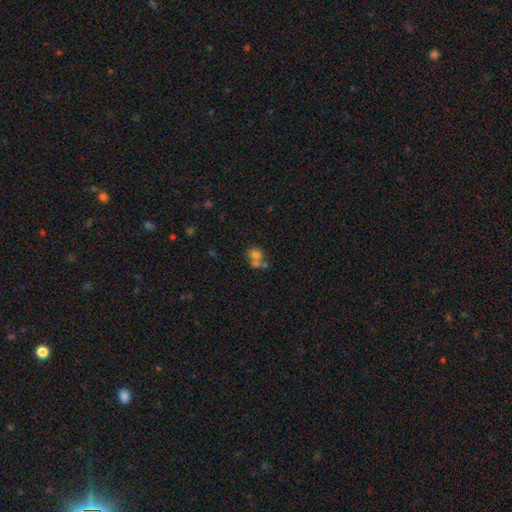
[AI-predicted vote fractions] smooth-or-featured: smooth: 68% | featured or disk: 17% | star or artifact: 15%
  how-rounded: round: 73% | in between: 26% | cigar-shaped: 1%
  merging: merger: 49% | none: 37% | minor disturbance: 9% | major disturbance: 5%